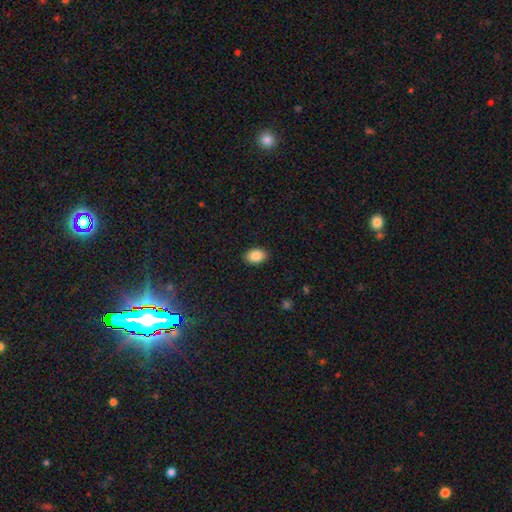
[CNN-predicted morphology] This appears to be a smooth galaxy with no disk features (88%) that is in between round and cigar-shaped (84%). Merging: none (89%).